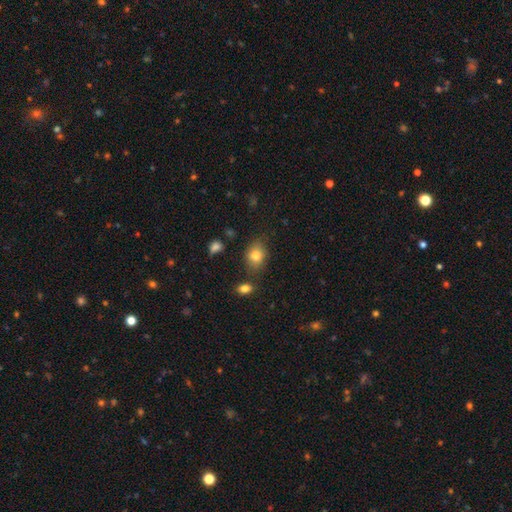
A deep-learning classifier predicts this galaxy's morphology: smooth_or_featured: smooth (p=0.81) [alt: star or artifact p=0.10]
how_rounded: in between (p=0.62) [alt: round p=0.37]
merging: none (p=0.75) [alt: minor disturbance p=0.16]